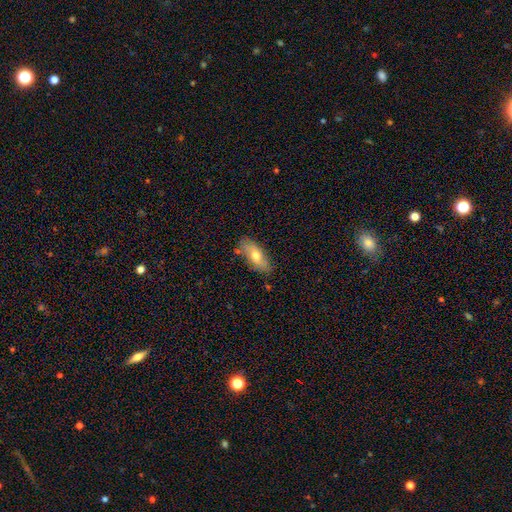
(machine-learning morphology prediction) smooth_or_featured: smooth (p=0.65) [alt: featured or disk p=0.29]
how_rounded: in between (p=0.79) [alt: cigar-shaped p=0.18]
merging: none (p=0.78) [alt: minor disturbance p=0.16]